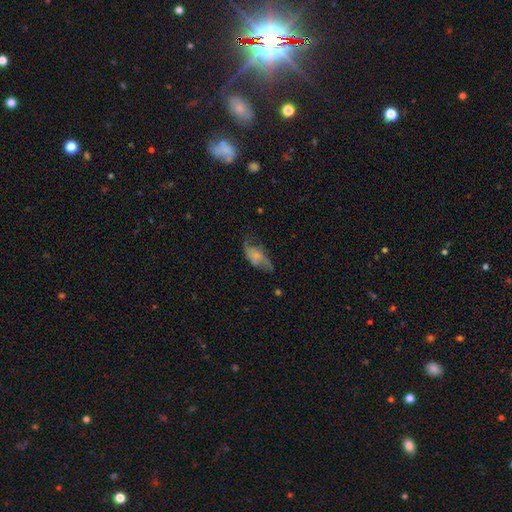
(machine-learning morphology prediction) Smooth or featured: featured or disk — 47% (smooth — 43%)
Merging: none — 41% (minor disturbance — 28%)